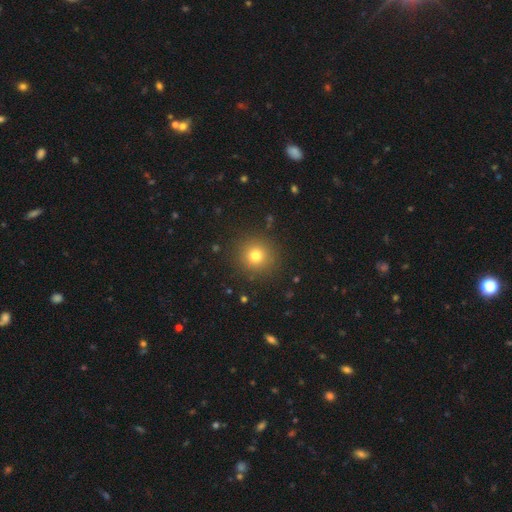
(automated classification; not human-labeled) The model was most divided on "smooth or featured": smooth: 76%, star or artifact: 15%, featured or disk: 8%. More confident: how rounded — round (94%); merging — none (90%).